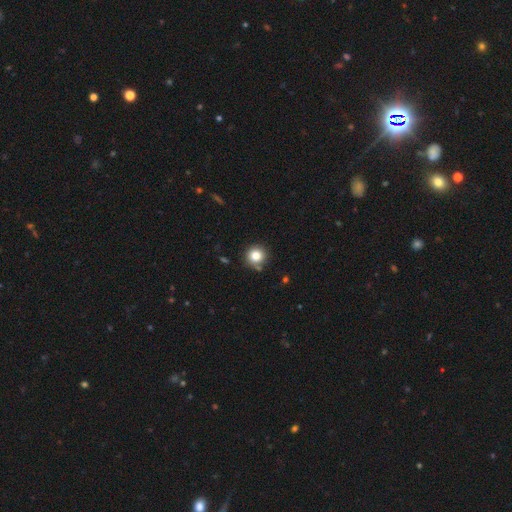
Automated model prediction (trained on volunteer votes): smooth_or_featured: smooth (p=0.82) [alt: star or artifact p=0.11]
how_rounded: round (p=0.94) [alt: in between p=0.05]
merging: none (p=0.83) [alt: minor disturbance p=0.10]